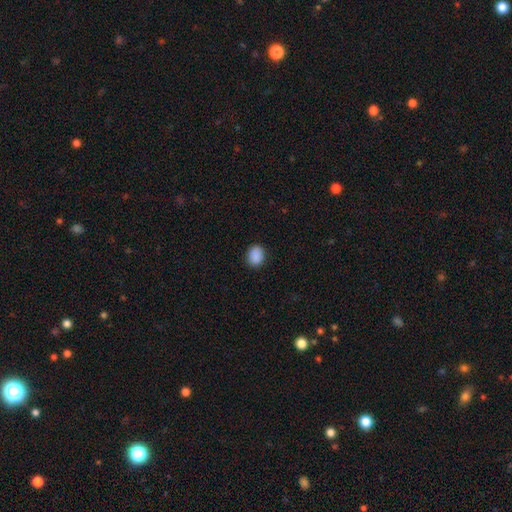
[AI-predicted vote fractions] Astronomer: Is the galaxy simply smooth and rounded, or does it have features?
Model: smooth — 89%.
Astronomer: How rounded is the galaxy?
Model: in between — 51% (runner-up: round, 48%).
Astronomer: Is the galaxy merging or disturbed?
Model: none — 88%.